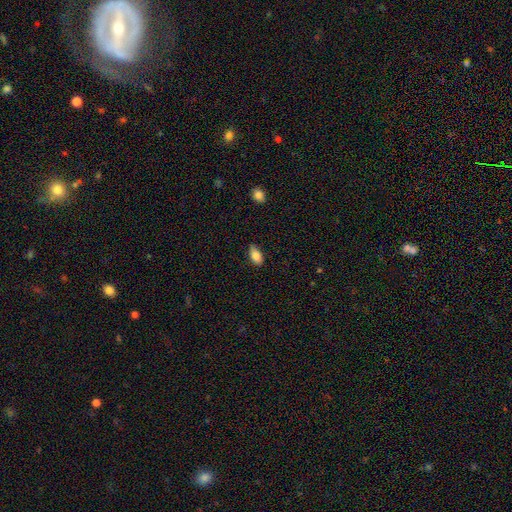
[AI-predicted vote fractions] The model was most divided on "merging": none: 74%, minor disturbance: 22%, major disturbance: 3%, merger: 1%. More confident: how rounded — in between (90%); smooth or featured — smooth (84%).